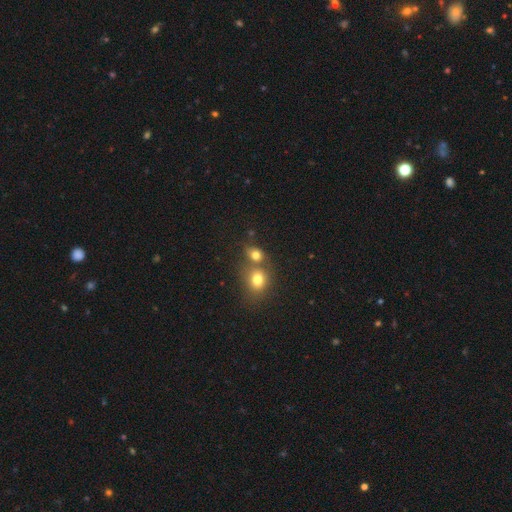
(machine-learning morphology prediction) smooth 72%, star or artifact 17%, featured or disk 11%. Down the decision tree: how rounded — round (63%); merging — merger (48%).